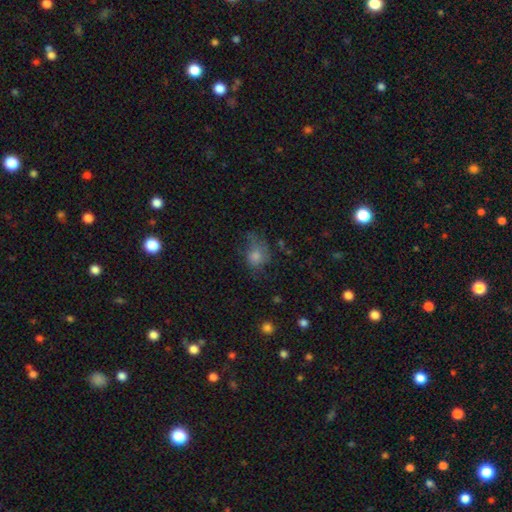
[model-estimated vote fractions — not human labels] This appears to be a smooth galaxy with no disk features (62%) that is round (55%). Merging: none (40%).